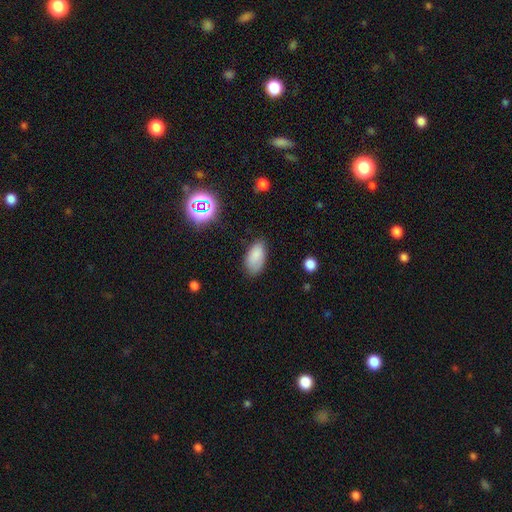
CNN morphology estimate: Overall: smooth (83%). How rounded: in between (94%). Merging: none (75%).